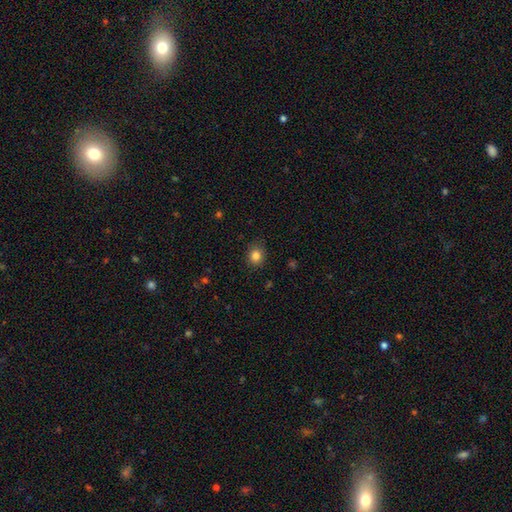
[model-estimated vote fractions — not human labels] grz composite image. It shows a smooth galaxy with no disk features (84%) that is round (73%). Merging: none (84%).